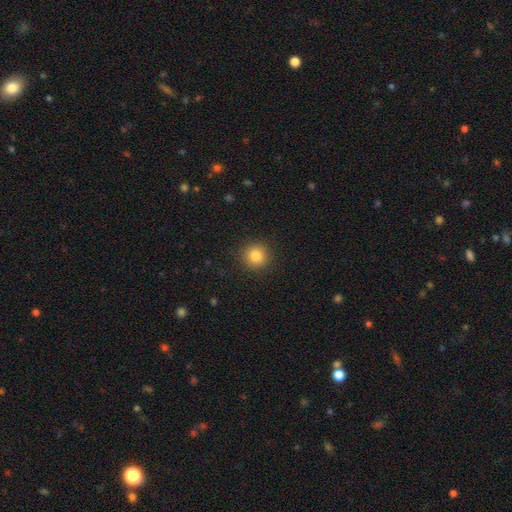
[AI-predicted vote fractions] Overall: smooth (84%). How rounded: round (92%). Merging: none (90%).